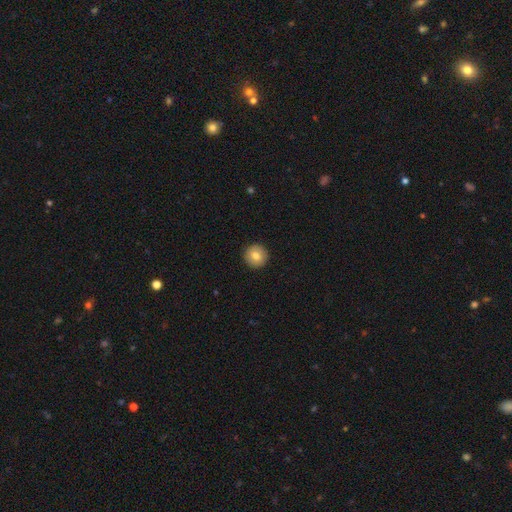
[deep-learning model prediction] smooth_or_featured: smooth (p=0.80) [alt: featured or disk p=0.12]
how_rounded: round (p=0.95) [alt: in between p=0.04]
merging: none (p=0.93) [alt: minor disturbance p=0.05]